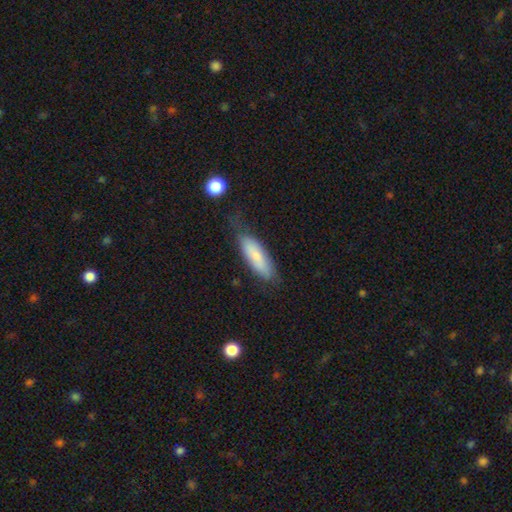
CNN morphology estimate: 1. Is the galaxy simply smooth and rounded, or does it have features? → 76% smooth, 17% featured or disk, 6% star or artifact.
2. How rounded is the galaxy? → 49% in between (tied), 49% cigar-shaped (tied), 2% round.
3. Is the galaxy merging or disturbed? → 60% none, 28% minor disturbance, 9% major disturbance, 3% merger.